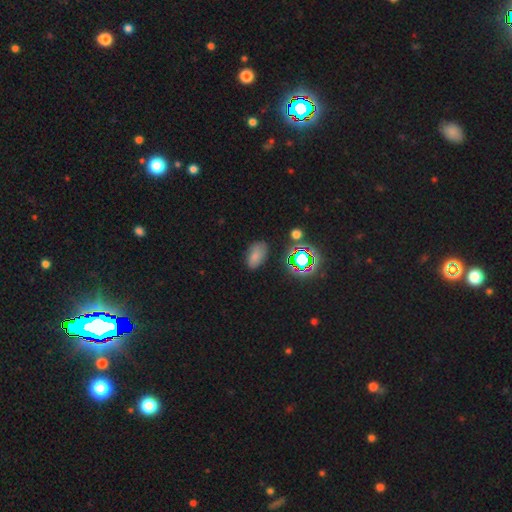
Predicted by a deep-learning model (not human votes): Smooth or featured?
  - smooth: 69% *
  - star or artifact: 21%
  - featured or disk: 10%
How rounded?
  - in between: 91% *
  - round: 7%
  - cigar-shaped: 2%
Merging?
  - none: 75% *
  - minor disturbance: 17%
  - major disturbance: 5%
  - merger: 3%